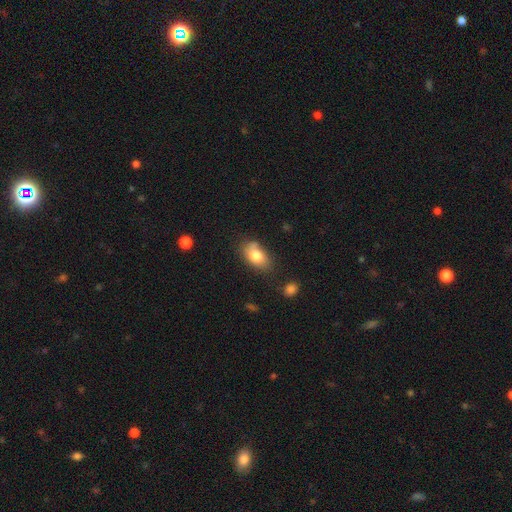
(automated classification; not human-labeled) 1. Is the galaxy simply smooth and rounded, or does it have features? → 78% smooth, 14% featured or disk, 8% star or artifact.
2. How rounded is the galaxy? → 87% in between, 11% round, 2% cigar-shaped.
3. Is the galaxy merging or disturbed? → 64% none, 23% minor disturbance, 7% merger, 6% major disturbance.